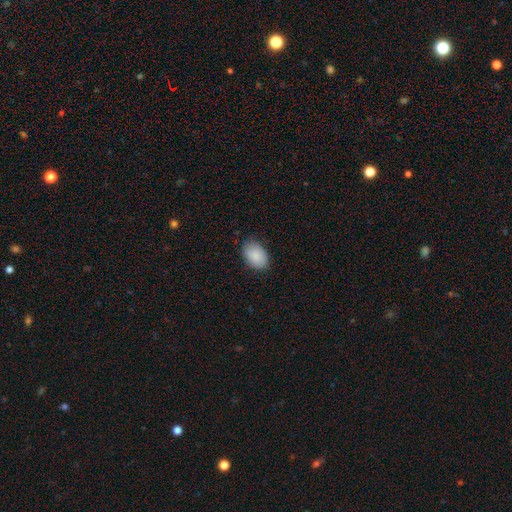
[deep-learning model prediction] smooth-or-featured: smooth: 89% | star or artifact: 6% | featured or disk: 5%
  how-rounded: in between: 86% | round: 13% | cigar-shaped: 1%
  merging: none: 81% | minor disturbance: 15% | major disturbance: 3% | merger: 1%